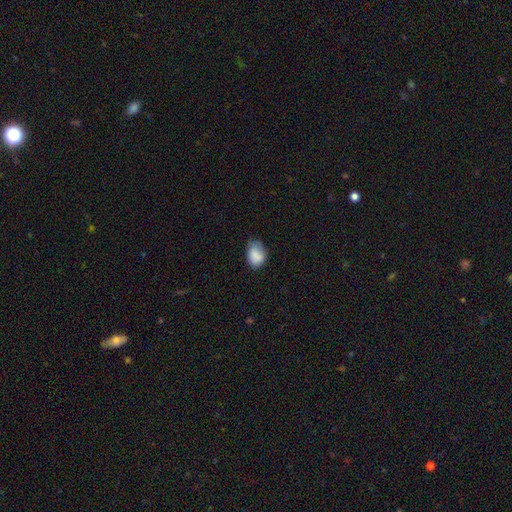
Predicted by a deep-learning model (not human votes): Q: Smooth or featured?
A: smooth (84%); runner-up: featured or disk (8%)
Q: How rounded?
A: in between (79%); runner-up: round (20%)
Q: Merging?
A: none (58%); runner-up: minor disturbance (32%)